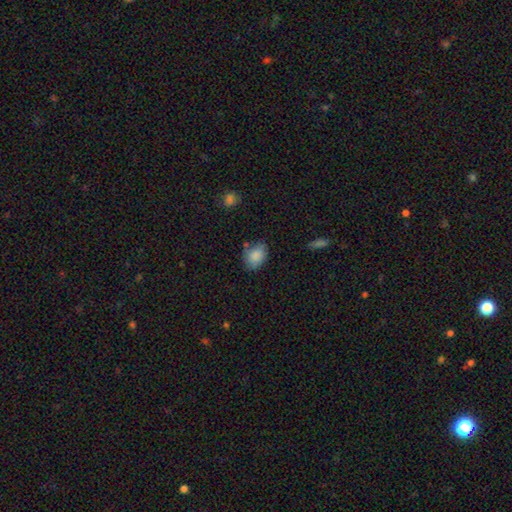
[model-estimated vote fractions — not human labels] Overall: smooth (85%). How rounded: in between (74%). Merging: none (66%).